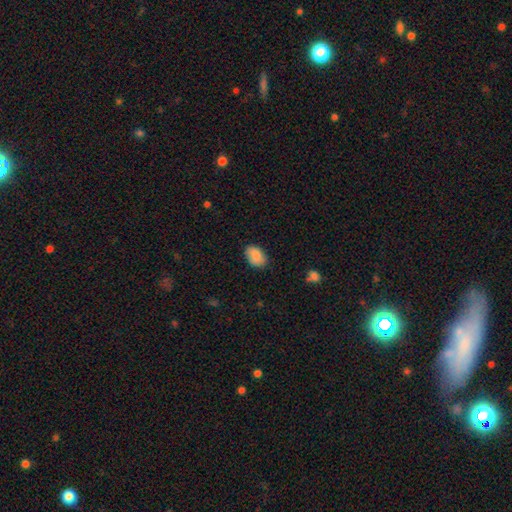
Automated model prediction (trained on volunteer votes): A smooth galaxy with no disk features (87%) that is in between round and cigar-shaped (85%). Merging: none (78%).